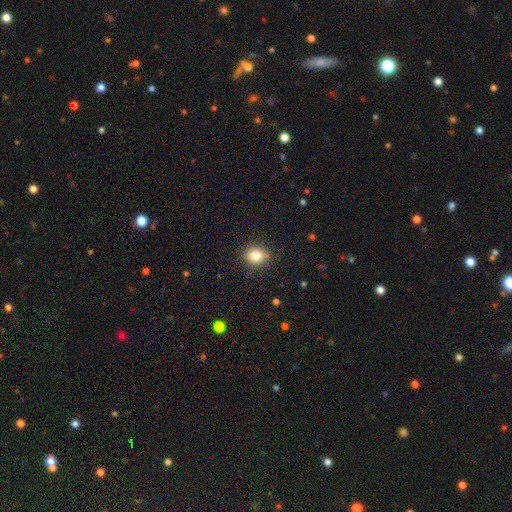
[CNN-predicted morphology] A smooth galaxy with no disk features (83%) that is round (54%). Merging: none (84%).